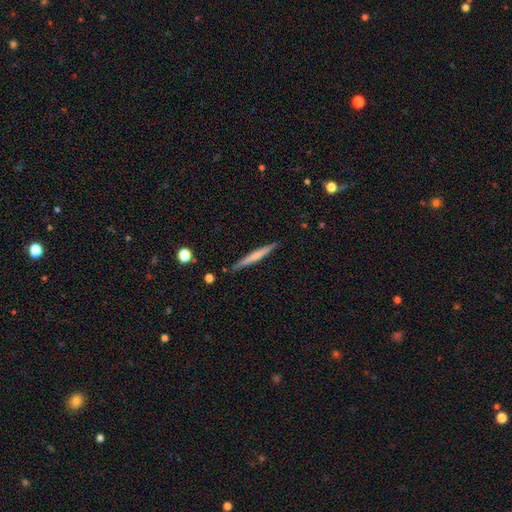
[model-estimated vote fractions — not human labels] Morphology: type=smooth (51%); roundness=cigar-shaped (96%); merging=none (89%).